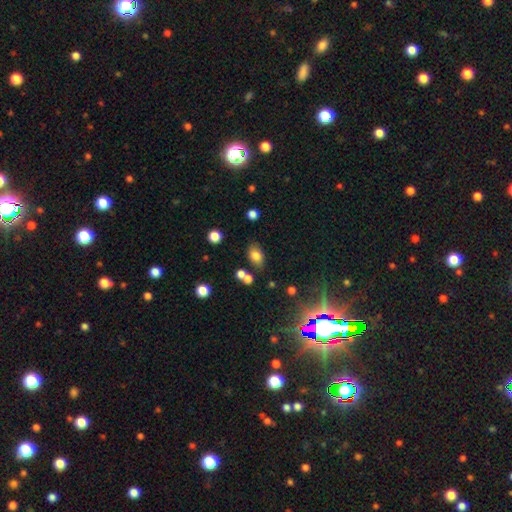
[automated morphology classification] Smooth or featured? smooth (78%)
How rounded? in between (80%)
Merging? none (72%)